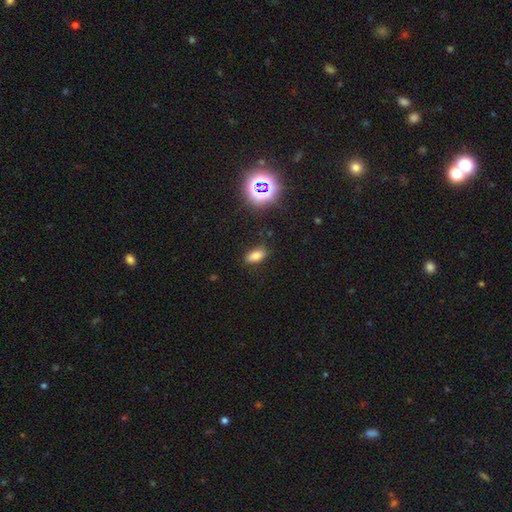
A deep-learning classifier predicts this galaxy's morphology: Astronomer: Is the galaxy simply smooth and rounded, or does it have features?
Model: smooth — 75%.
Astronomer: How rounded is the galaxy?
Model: in between — 87%.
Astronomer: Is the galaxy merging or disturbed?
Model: none — 86%.